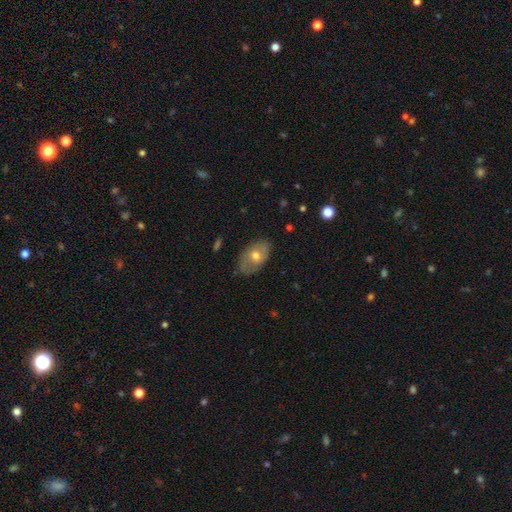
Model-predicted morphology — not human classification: smooth_or_featured: smooth (p=0.55) [alt: featured or disk p=0.37]
how_rounded: in between (p=0.88) [alt: round p=0.10]
merging: none (p=0.79) [alt: minor disturbance p=0.16]